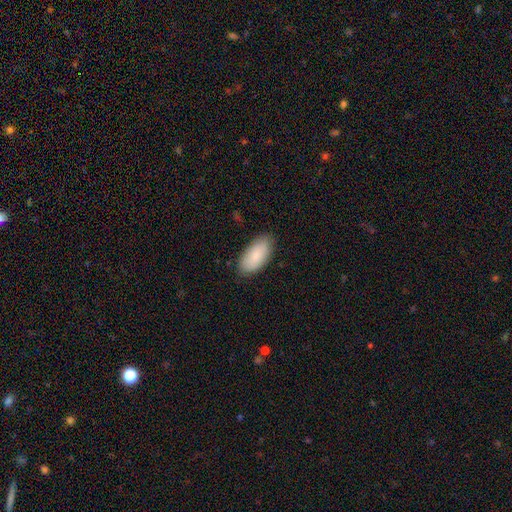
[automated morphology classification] smooth 85%, featured or disk 9%, star or artifact 6%. Down the decision tree: how rounded — in between (93%); merging — none (83%).